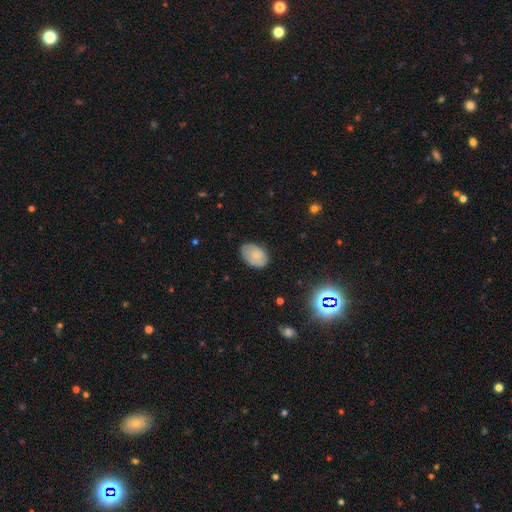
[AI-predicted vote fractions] smooth-or-featured: smooth: 69% | featured or disk: 22% | star or artifact: 9%
  how-rounded: in between: 84% | round: 15% | cigar-shaped: 1%
  merging: none: 75% | minor disturbance: 20% | major disturbance: 4% | merger: 1%